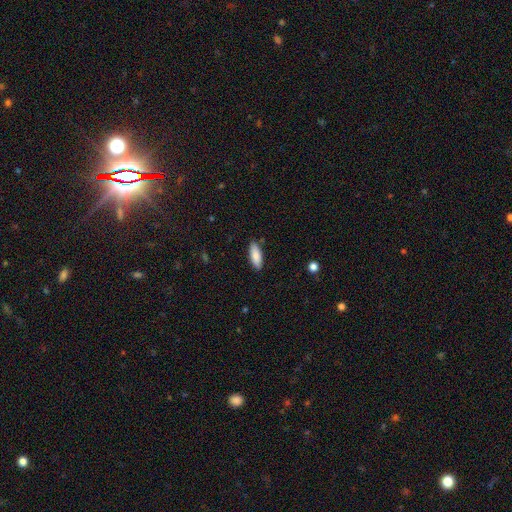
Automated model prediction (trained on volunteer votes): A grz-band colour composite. It shows a smooth galaxy with no disk features (87%) that is in between round and cigar-shaped (72%). Merging: none (86%).